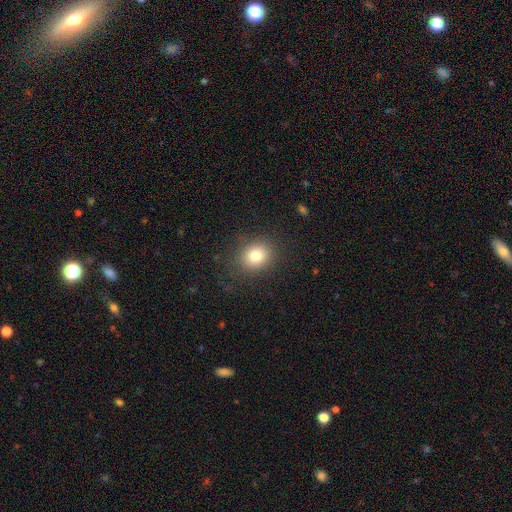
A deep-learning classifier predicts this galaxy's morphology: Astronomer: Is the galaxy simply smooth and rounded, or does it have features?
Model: smooth — 79%.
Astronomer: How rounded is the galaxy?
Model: round — 65%.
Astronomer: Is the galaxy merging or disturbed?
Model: none — 84%.